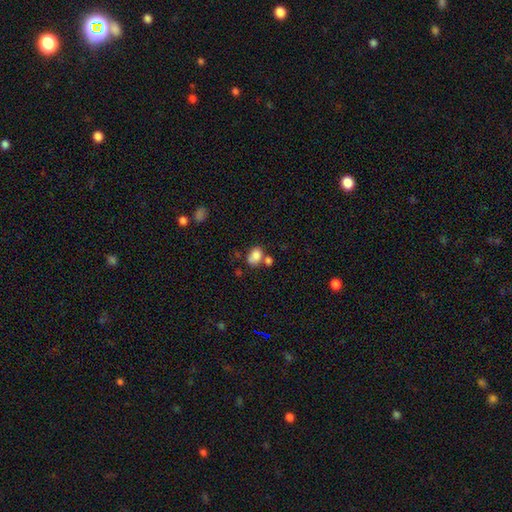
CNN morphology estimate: Q: Smooth or featured?
A: smooth (82%); runner-up: star or artifact (10%)
Q: How rounded?
A: in between (74%); runner-up: round (25%)
Q: Merging?
A: none (45%); runner-up: merger (32%)